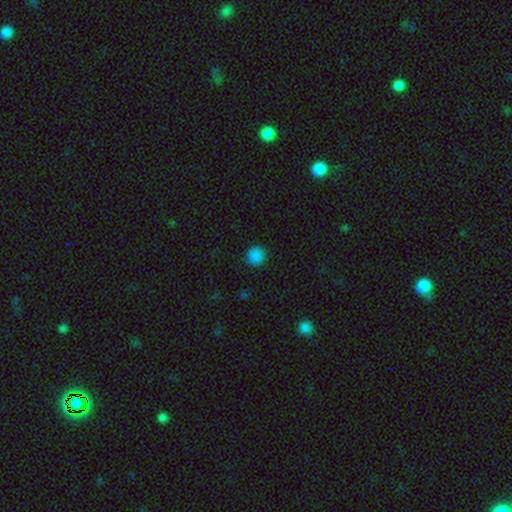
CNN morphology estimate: smooth 86%, star or artifact 11%, featured or disk 2%. Down the decision tree: how rounded — round (93%); merging — none (91%).